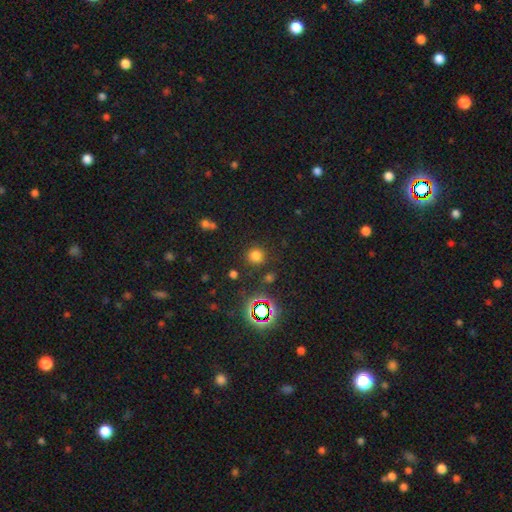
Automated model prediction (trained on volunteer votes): This appears to be a smooth galaxy with no disk features (71%) that is round (93%). Merging: none (85%).